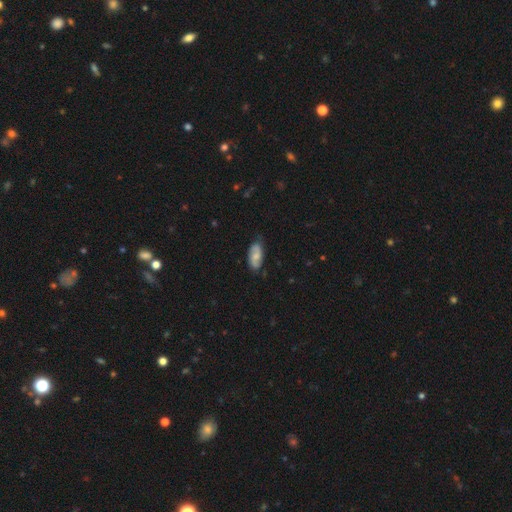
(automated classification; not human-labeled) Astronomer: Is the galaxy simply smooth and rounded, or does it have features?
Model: smooth — 51% (runner-up: featured or disk, 43%).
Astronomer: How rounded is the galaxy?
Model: in between — 90%.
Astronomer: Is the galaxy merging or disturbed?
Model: none — 75%.